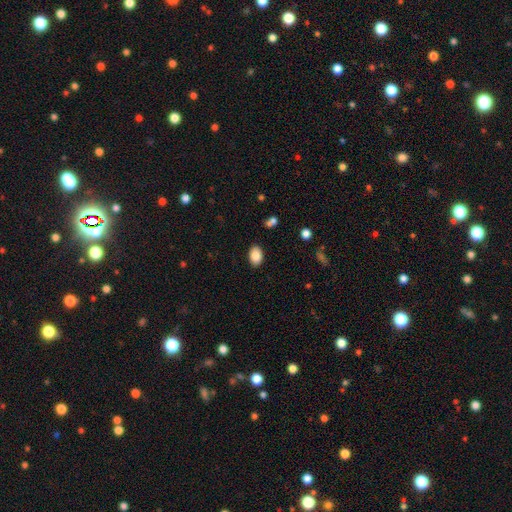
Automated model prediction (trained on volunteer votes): Smooth or featured? Predicted: smooth (p=0.88). How rounded? Predicted: in between (p=0.87). Merging? Predicted: none (p=0.87).